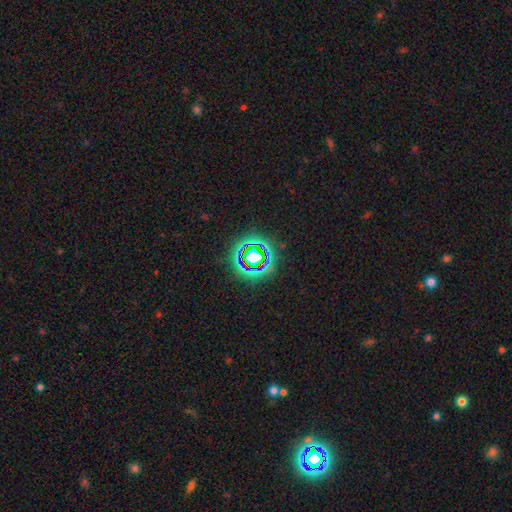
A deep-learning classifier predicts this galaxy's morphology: Q: Smooth or featured?
A: star or artifact (65%); runner-up: smooth (22%)